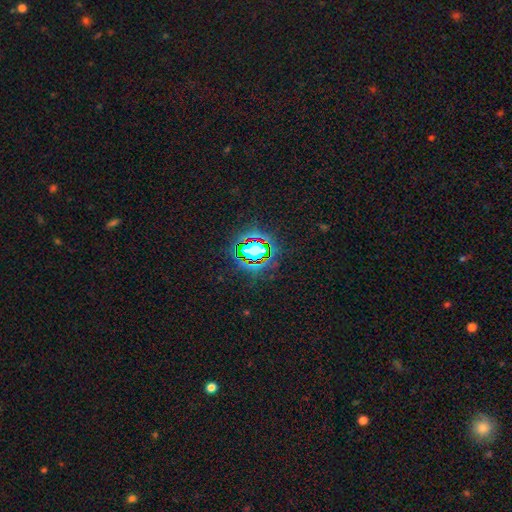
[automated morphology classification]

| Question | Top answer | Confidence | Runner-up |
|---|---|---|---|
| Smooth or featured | star or artifact | 79% | smooth (12%) |